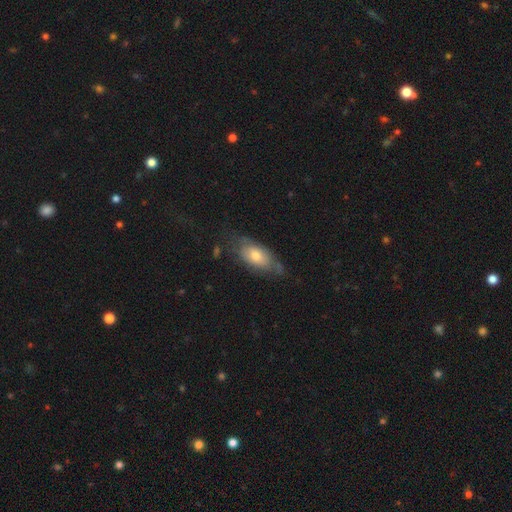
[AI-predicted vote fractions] smooth 58%, featured or disk 35%, star or artifact 7%. Down the decision tree: how rounded — in between (88%); merging — none (52%).